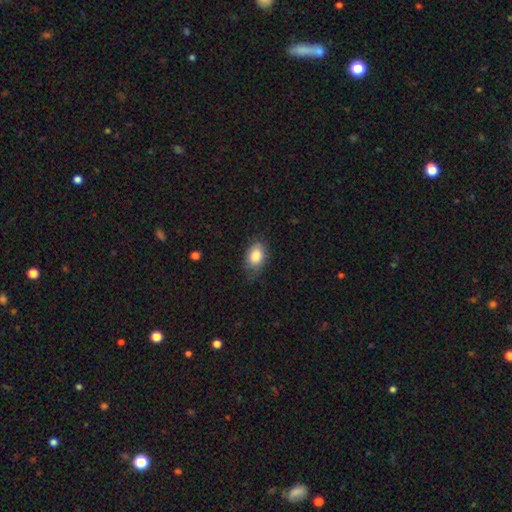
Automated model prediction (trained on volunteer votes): Smooth or featured: smooth — 84% (featured or disk — 9%)
How rounded: in between — 85% (round — 13%)
Merging: none — 68% (minor disturbance — 25%)